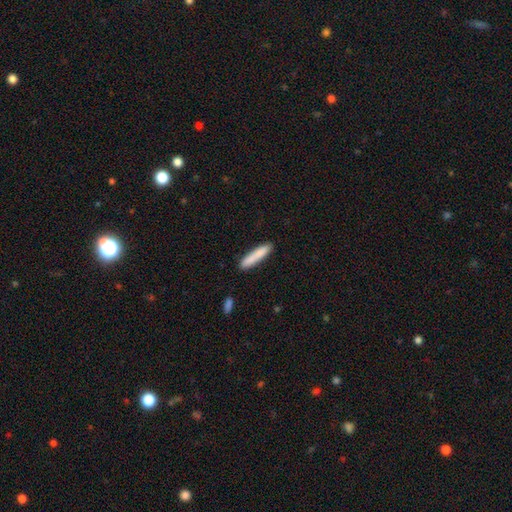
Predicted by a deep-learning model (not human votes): Morphology: type=smooth (85%); roundness=cigar-shaped (89%); merging=none (88%).